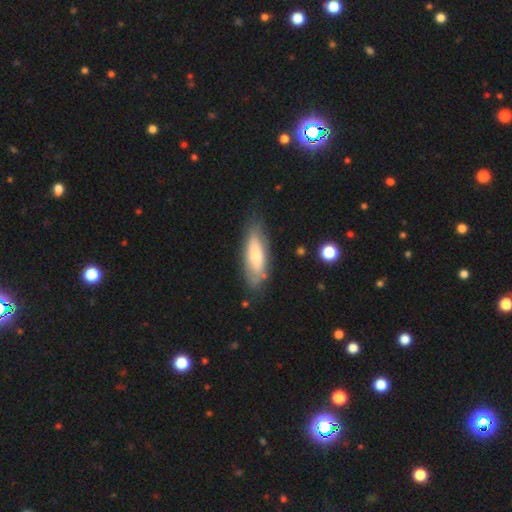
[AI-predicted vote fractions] Smooth or featured: smooth — 62% (featured or disk — 32%)
How rounded: in between — 60% (cigar-shaped — 38%)
Merging: none — 73% (minor disturbance — 19%)